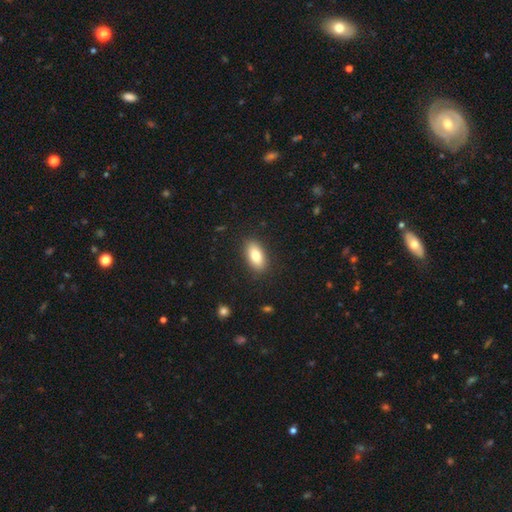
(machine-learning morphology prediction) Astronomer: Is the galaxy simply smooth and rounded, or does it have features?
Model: smooth — 80%.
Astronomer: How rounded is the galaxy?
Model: in between — 89%.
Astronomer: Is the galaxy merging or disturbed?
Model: none — 88%.